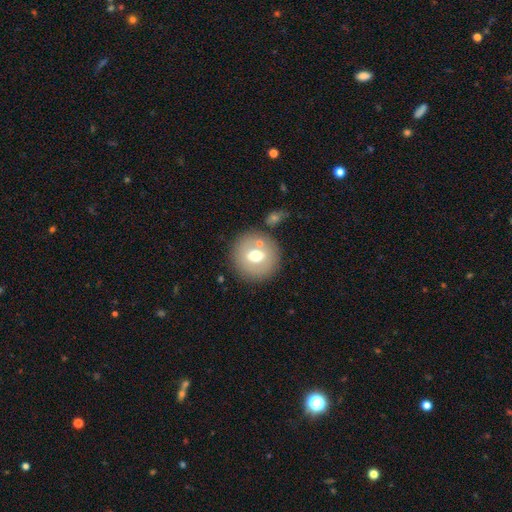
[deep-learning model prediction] smooth_or_featured: smooth (p=0.63) [alt: featured or disk p=0.28]
how_rounded: round (p=0.90) [alt: in between p=0.09]
merging: none (p=0.77) [alt: merger p=0.10]